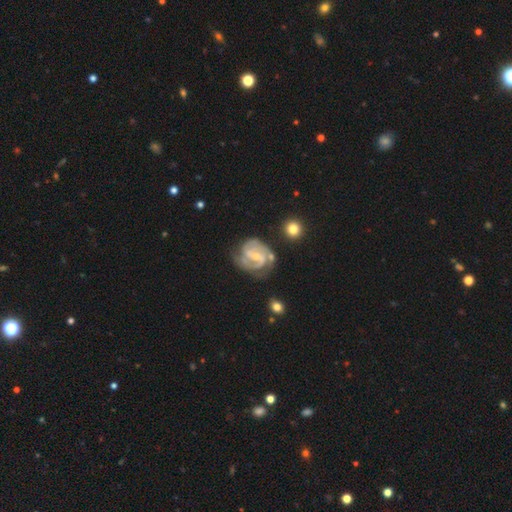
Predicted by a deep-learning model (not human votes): Smooth or featured? featured or disk (89%)
Edge-on disk? no (98%)
Bar? weak (51%)
Spiral arms? yes (97%)
Spiral winding? medium (46%)
Spiral arm count? 2 (65%)
Bulge size? small (62%)
Merging? none (59%)